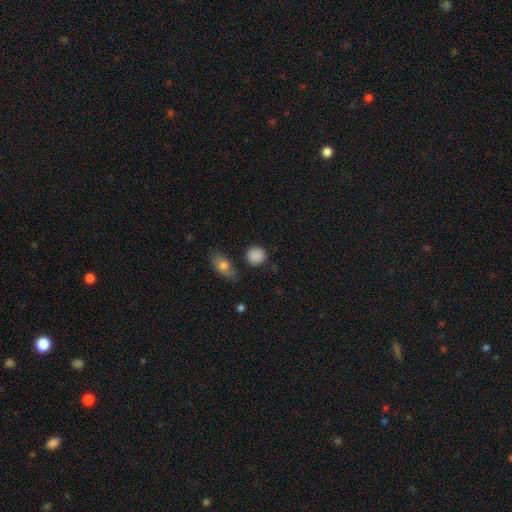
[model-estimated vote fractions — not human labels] Overall: smooth (86%). How rounded: round (86%). Merging: none (81%).